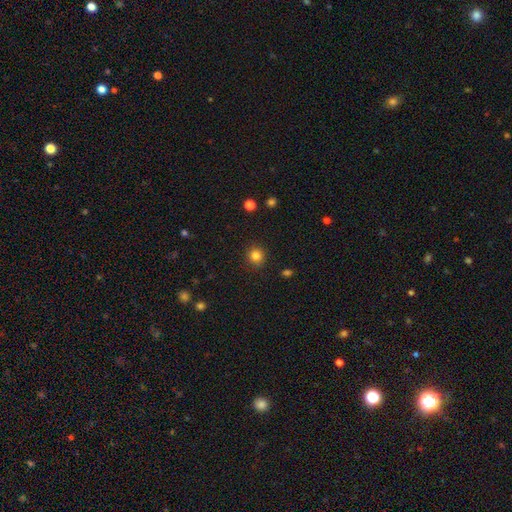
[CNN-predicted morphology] smooth_or_featured: smooth (p=0.82) [alt: star or artifact p=0.12]
how_rounded: round (p=0.90) [alt: in between p=0.09]
merging: none (p=0.90) [alt: minor disturbance p=0.07]